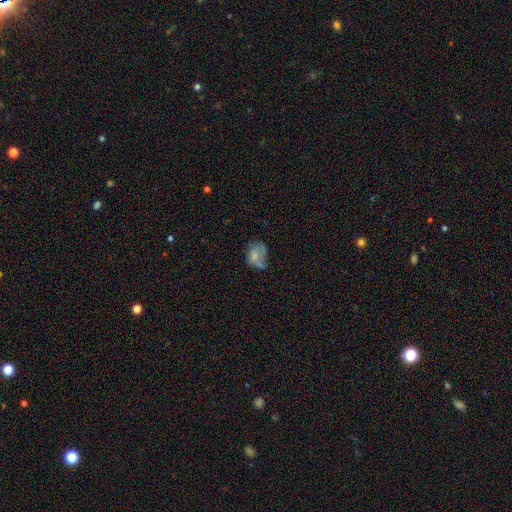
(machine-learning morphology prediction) smooth-or-featured: smooth: 54% | featured or disk: 35% | star or artifact: 11%
  how-rounded: in between: 64% | round: 35% | cigar-shaped: 1%
  merging: none: 35% | minor disturbance: 30% | major disturbance: 25% | merger: 10%